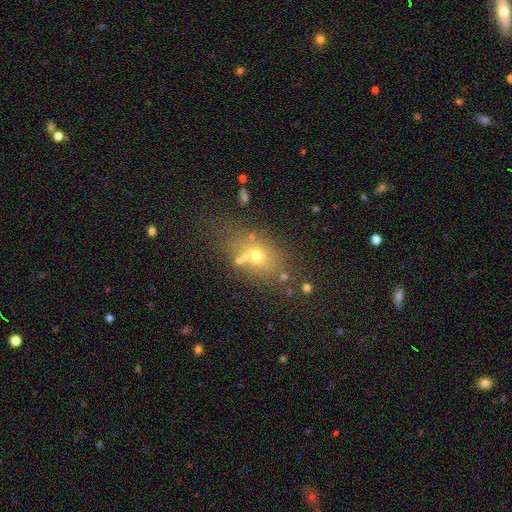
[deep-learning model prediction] Overall: smooth (59%; featured or disk 21%). How rounded: in between (64%; round 33%). Merging: none (63%).